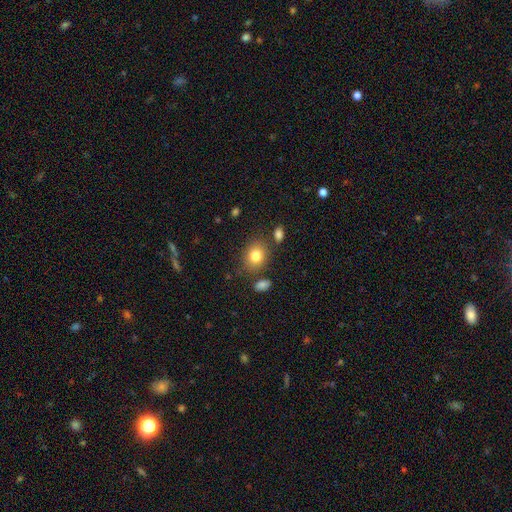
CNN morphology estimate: smooth-or-featured: smooth: 81% | star or artifact: 10% | featured or disk: 9%
  how-rounded: round: 53% | in between: 46% | cigar-shaped: 1%
  merging: none: 78% | minor disturbance: 12% | merger: 6% | major disturbance: 4%